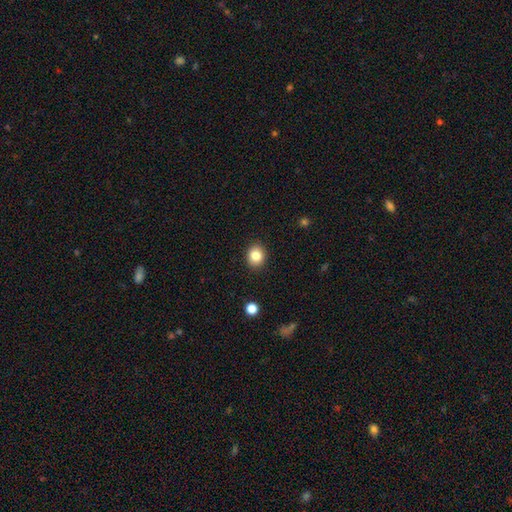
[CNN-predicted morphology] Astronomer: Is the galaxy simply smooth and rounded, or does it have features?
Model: smooth — 83%.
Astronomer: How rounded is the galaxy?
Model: round — 69%.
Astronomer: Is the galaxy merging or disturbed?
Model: none — 91%.